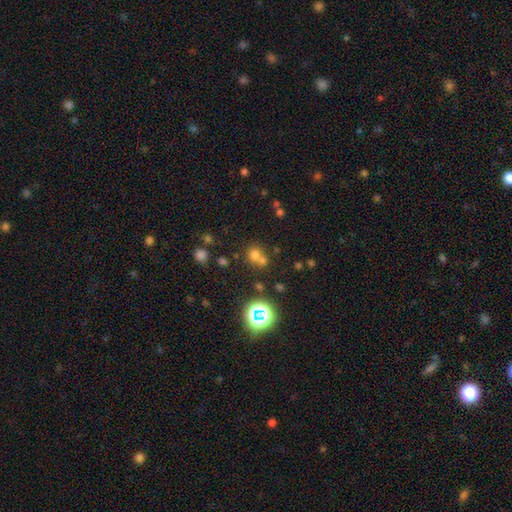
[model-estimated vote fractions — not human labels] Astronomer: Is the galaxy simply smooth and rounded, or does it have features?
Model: smooth — 56% (runner-up: star or artifact, 33%).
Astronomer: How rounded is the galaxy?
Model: round — 86%.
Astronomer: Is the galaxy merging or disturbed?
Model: none — 52% (runner-up: merger, 36%).